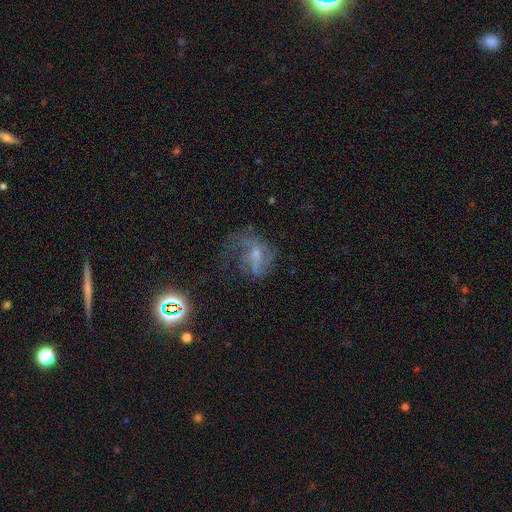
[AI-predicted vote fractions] smooth_or_featured: featured or disk (p=0.64) [alt: smooth p=0.20]
disk_edge_on: no (p=0.97) [alt: yes p=0.03]
bar: no (p=0.46) [alt: weak p=0.42]
has_spiral_arms: yes (p=0.73) [alt: no p=0.27]
bulge_size: small (p=0.51) [alt: moderate p=0.28]
merging: major disturbance (p=0.44) [alt: none p=0.34]